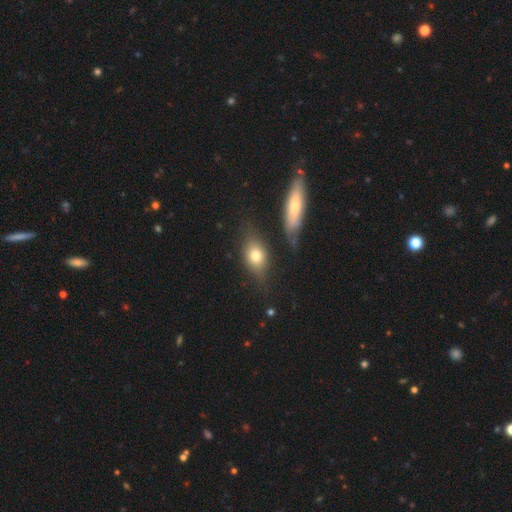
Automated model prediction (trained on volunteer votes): This appears to be a smooth galaxy with no disk features (71%) that is in between round and cigar-shaped (72%). Merging: none (66%).